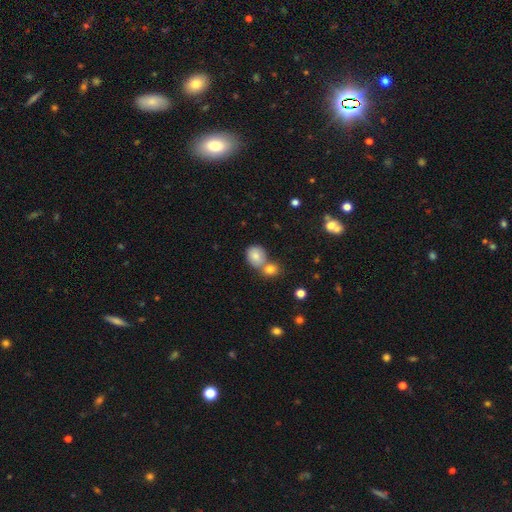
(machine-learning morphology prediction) smooth 82%, star or artifact 9%, featured or disk 9%. Down the decision tree: how rounded — round (61%); merging — merger (46%).